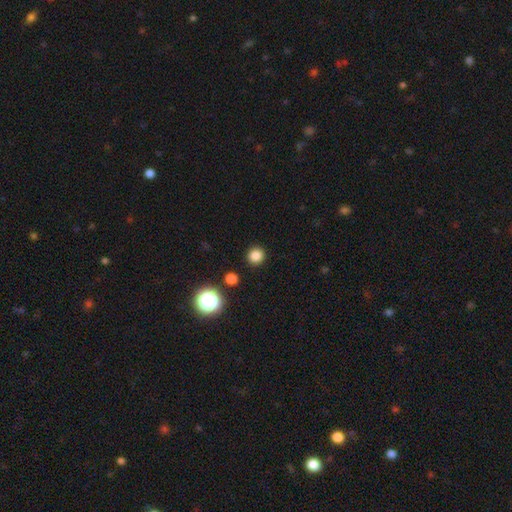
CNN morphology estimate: This is clearly a smooth galaxy (83%). How rounded: clearly round (92%). Merging: clearly none (91%).